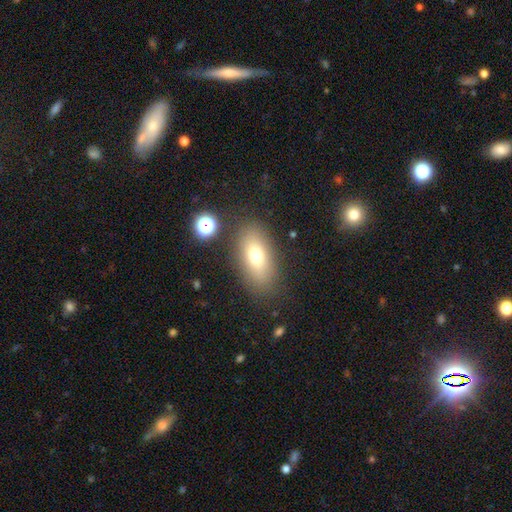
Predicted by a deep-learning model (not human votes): Morphology: type=smooth (72%); roundness=in between (85%); merging=none (82%).